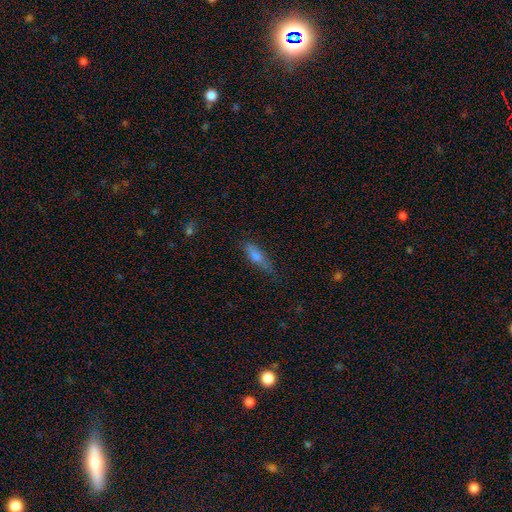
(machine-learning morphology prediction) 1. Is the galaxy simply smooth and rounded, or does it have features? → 66% smooth, 25% featured or disk, 9% star or artifact.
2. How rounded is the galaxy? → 53% cigar-shaped, 44% in between, 3% round.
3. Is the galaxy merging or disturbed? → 72% none, 22% minor disturbance, 5% major disturbance, 2% merger.